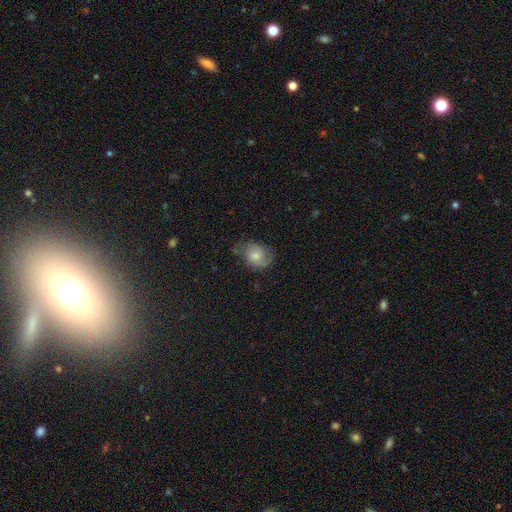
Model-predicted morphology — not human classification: Smooth or featured: smooth — 51% (featured or disk — 41%)
How rounded: in between — 58% (round — 40%)
Merging: none — 57% (minor disturbance — 29%)